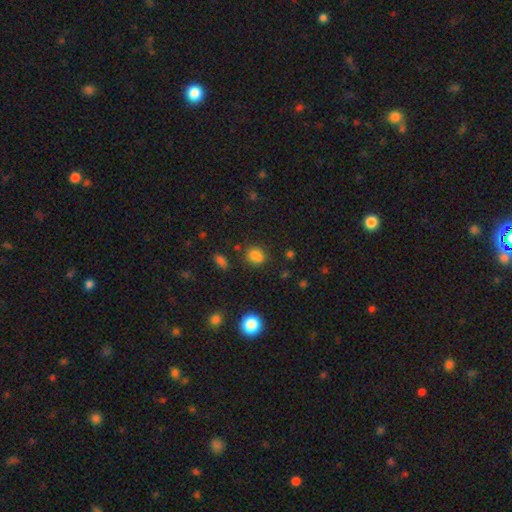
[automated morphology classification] The model was most divided on "how rounded": round: 61%, in between: 37%, cigar-shaped: 1%. More confident: smooth or featured — smooth (75%); merging — none (65%).